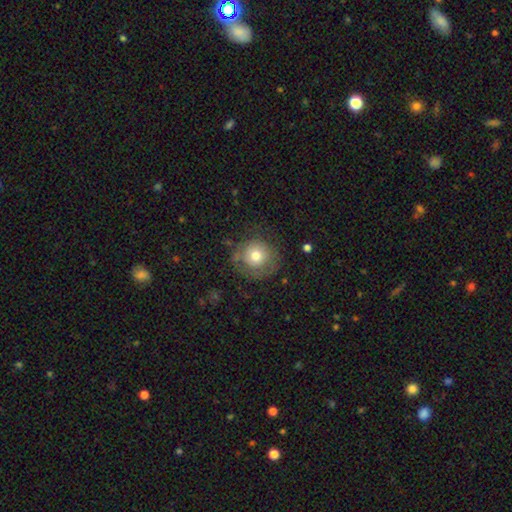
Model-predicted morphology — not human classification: Overall: smooth (66%). How rounded: round (91%). Merging: none (66%).